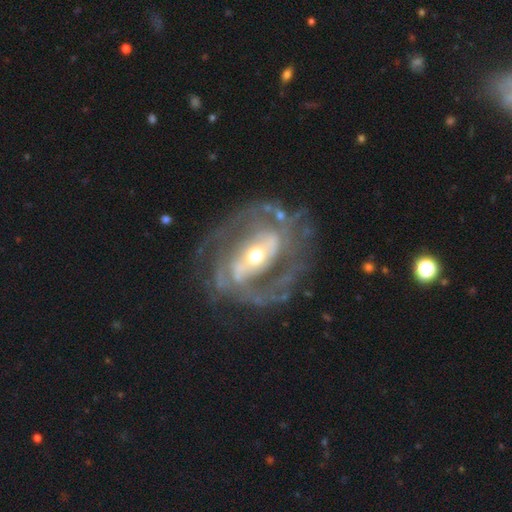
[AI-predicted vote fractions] Morphology: type=featured or disk (88%); edge-on=no (96%); bar=strong (49%); spiral arms=yes (90%); winding=medium (45%); arm count=2 (69%); bulge=moderate (65%); merging=none (67%).